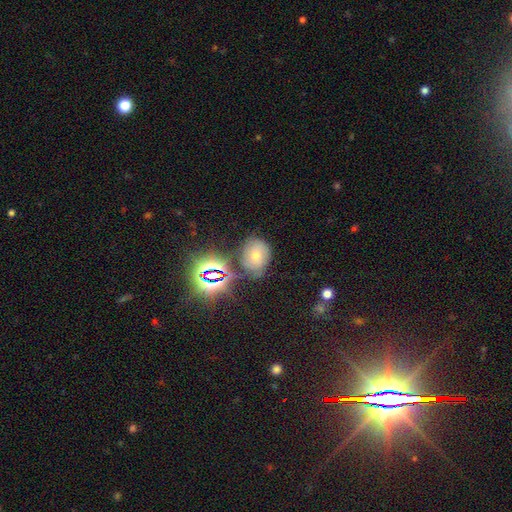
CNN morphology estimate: smooth_or_featured: star or artifact (p=0.43) [alt: smooth p=0.31]